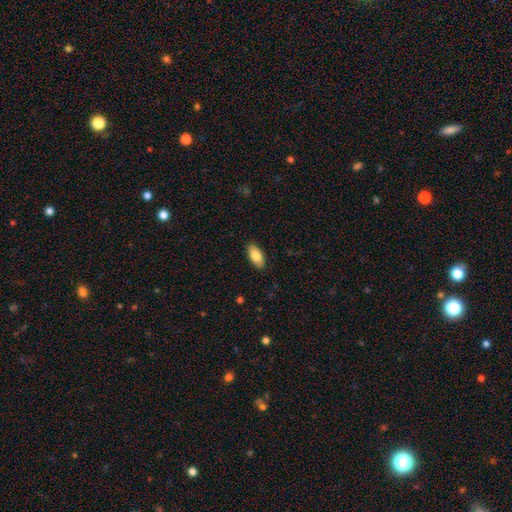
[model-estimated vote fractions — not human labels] The model was most divided on "smooth or featured": smooth: 85%, featured or disk: 9%, star or artifact: 6%. More confident: how rounded — in between (90%); merging — none (89%).